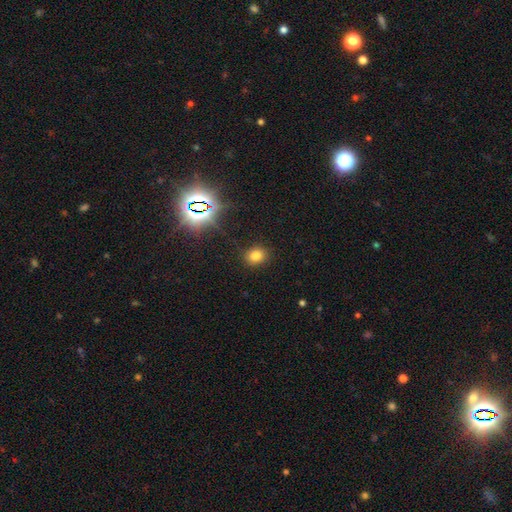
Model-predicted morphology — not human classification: A smooth galaxy with no disk features (76%) that is round (63%). Merging: none (87%).